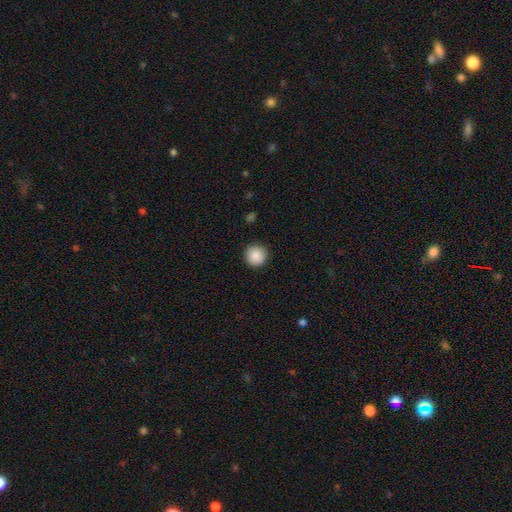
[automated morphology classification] smooth-or-featured: smooth: 89% | star or artifact: 8% | featured or disk: 3%
  how-rounded: round: 95% | in between: 4% | cigar-shaped: 1%
  merging: none: 91% | minor disturbance: 6% | major disturbance: 2% | merger: 1%